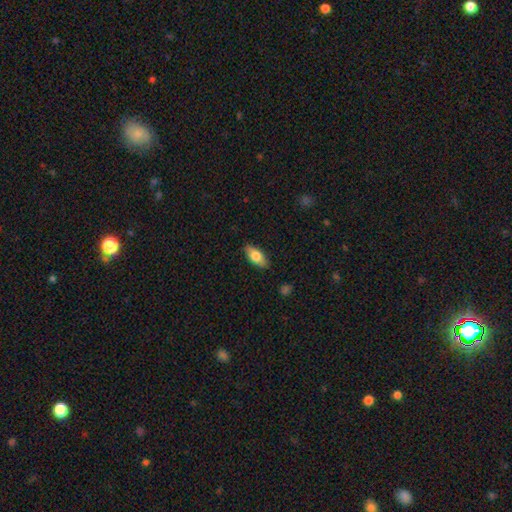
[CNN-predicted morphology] A smooth galaxy with no disk features (75%) that is in between round and cigar-shaped (85%).

Vote fractions:
- Smooth or featured? smooth: 75% / featured or disk: 19% / star or artifact: 6%
- How rounded? in between: 85% / cigar-shaped: 12% / round: 3%
- Merging? none: 87% / minor disturbance: 10% / major disturbance: 2% / merger: 1%